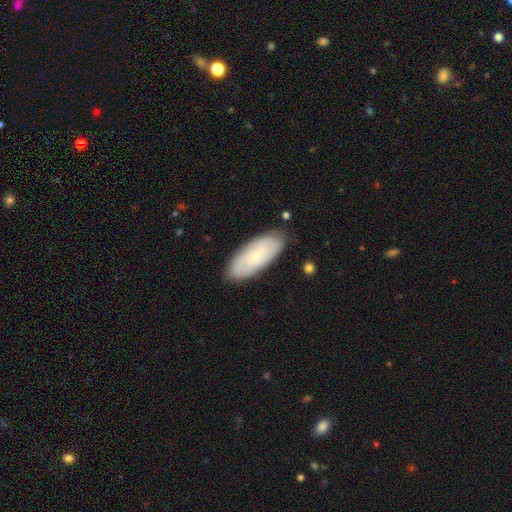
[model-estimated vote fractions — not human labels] smooth_or_featured: smooth (p=0.53) [alt: featured or disk p=0.41]
how_rounded: in between (p=0.81) [alt: cigar-shaped p=0.17]
merging: none (p=0.83) [alt: minor disturbance p=0.13]